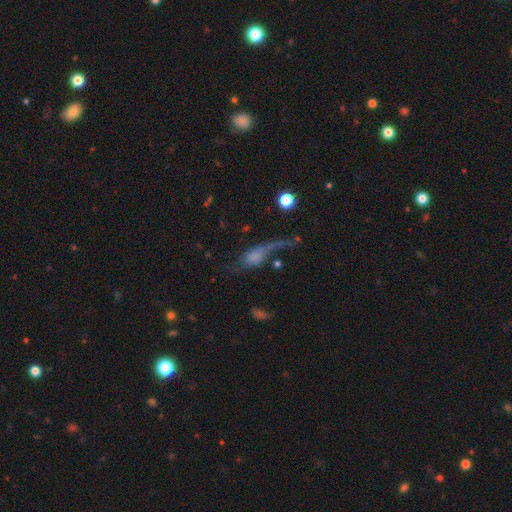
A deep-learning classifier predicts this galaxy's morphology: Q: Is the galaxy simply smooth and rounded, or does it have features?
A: featured or disk — 45%.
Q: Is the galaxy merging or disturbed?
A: major disturbance — 47%.